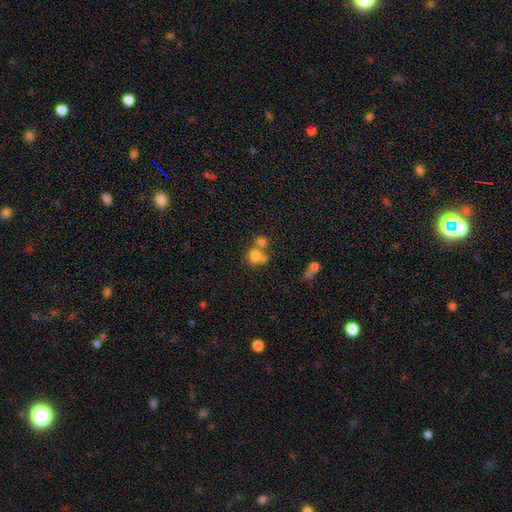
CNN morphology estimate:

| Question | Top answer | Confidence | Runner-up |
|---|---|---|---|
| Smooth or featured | smooth | 72% | featured or disk (14%) |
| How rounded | round | 75% | in between (23%) |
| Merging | merger | 47% | none (40%) |